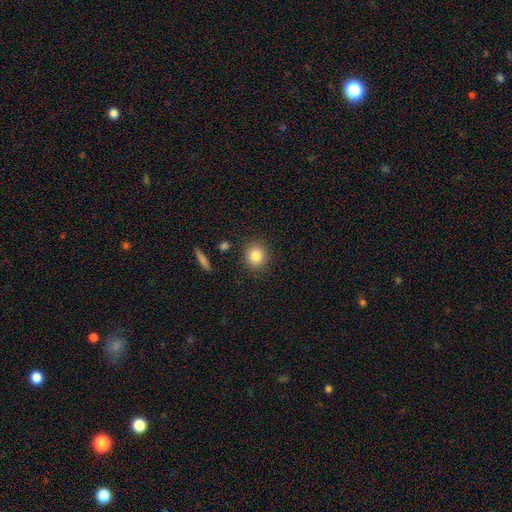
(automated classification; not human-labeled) smooth-or-featured: smooth: 85% | star or artifact: 9% | featured or disk: 6%
  how-rounded: round: 81% | in between: 18% | cigar-shaped: 1%
  merging: none: 88% | minor disturbance: 8% | major disturbance: 3% | merger: 2%